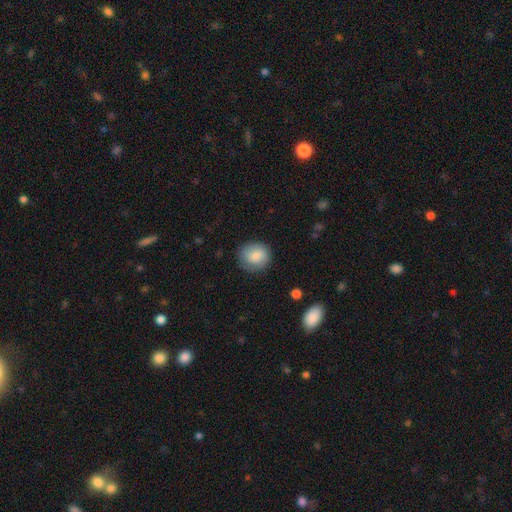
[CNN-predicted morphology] Overall: smooth (81%). How rounded: round (79%). Merging: none (83%).